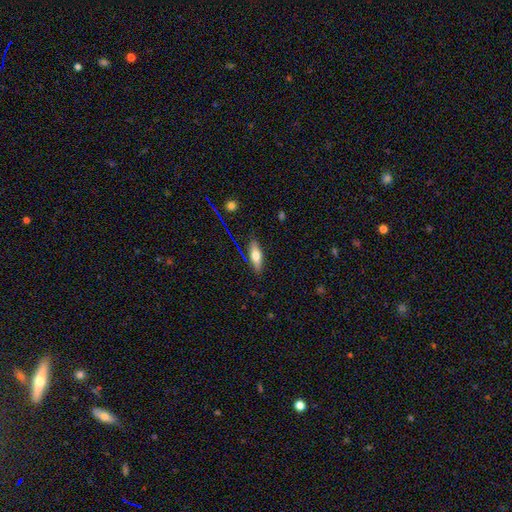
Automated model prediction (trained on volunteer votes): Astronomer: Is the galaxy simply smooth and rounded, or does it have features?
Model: smooth — 63%.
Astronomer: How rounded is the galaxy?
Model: in between — 61% (runner-up: cigar-shaped, 36%).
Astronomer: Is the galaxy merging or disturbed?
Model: none — 84%.